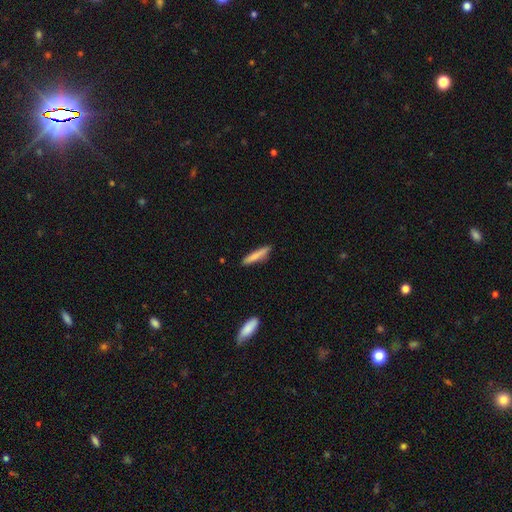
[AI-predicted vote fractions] Smooth or featured? smooth (80%)
How rounded? cigar-shaped (91%)
Merging? none (87%)